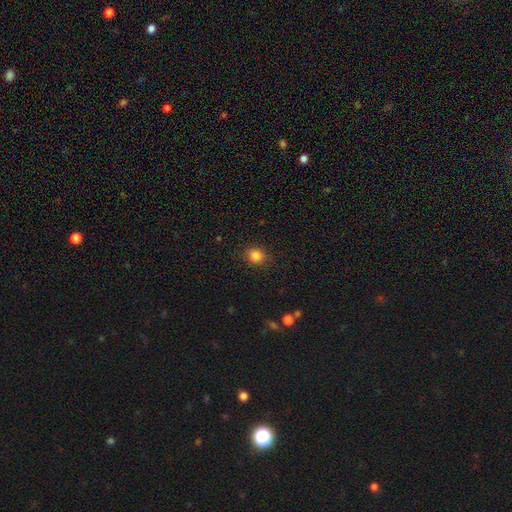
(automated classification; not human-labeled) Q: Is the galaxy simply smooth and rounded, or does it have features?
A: smooth — 84%.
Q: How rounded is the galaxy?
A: round — 76%.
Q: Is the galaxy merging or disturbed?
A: none — 89%.